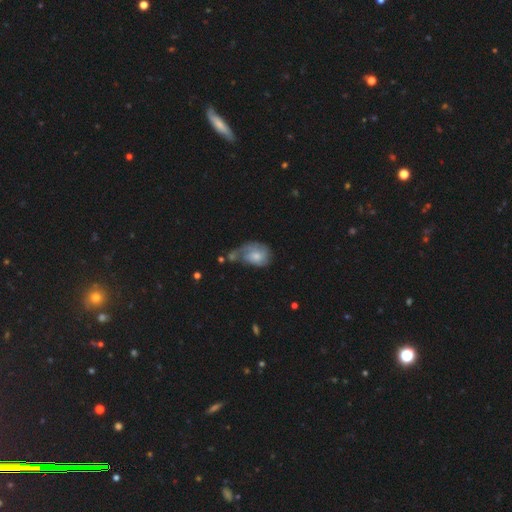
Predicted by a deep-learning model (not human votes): Smooth or featured: featured or disk — 52% (smooth — 41%)
Edge-on disk: no — 96% (yes — 4%)
Bar: no — 75% (weak — 22%)
Spiral arms: yes — 80% (no — 20%)
Bulge size: moderate — 43% (small — 38%)
Merging: major disturbance — 32% (none — 29%)